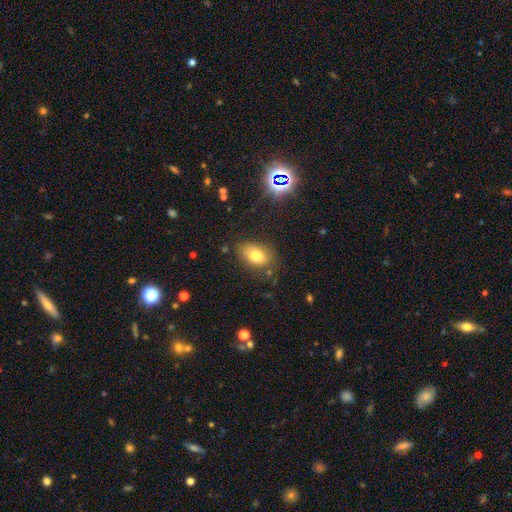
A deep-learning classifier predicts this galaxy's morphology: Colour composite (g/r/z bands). It shows a smooth galaxy with no disk features (75%) that is in between round and cigar-shaped (83%). Merging: none (78%).